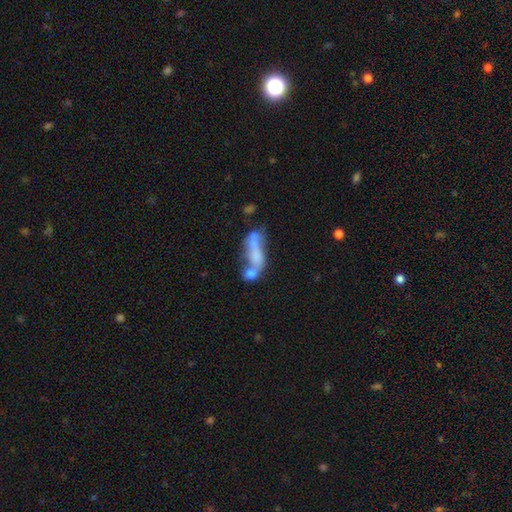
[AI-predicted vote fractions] Morphology: type=smooth (49%); merging=merger (58%).